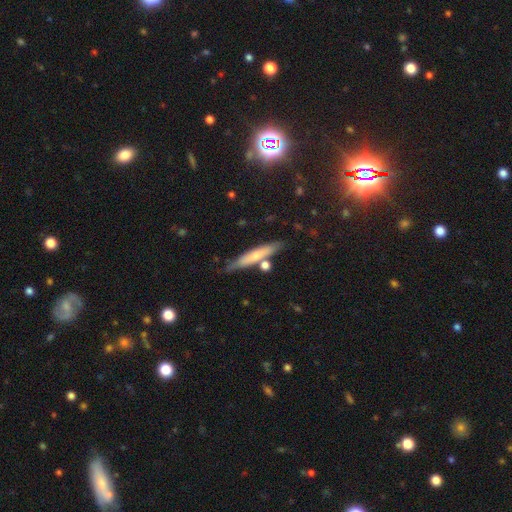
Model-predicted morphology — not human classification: Overall: smooth (57%; featured or disk 37%). How rounded: cigar-shaped (91%). Merging: none (75%).